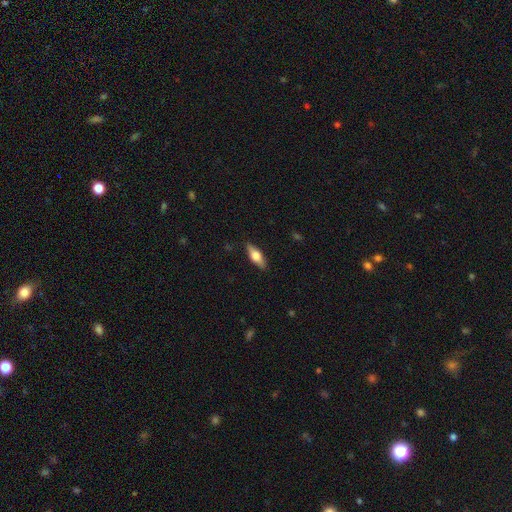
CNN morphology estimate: Smooth or featured? Predicted: smooth (p=0.50). How rounded? Predicted: in between (p=0.60). Merging? Predicted: none (p=0.86).